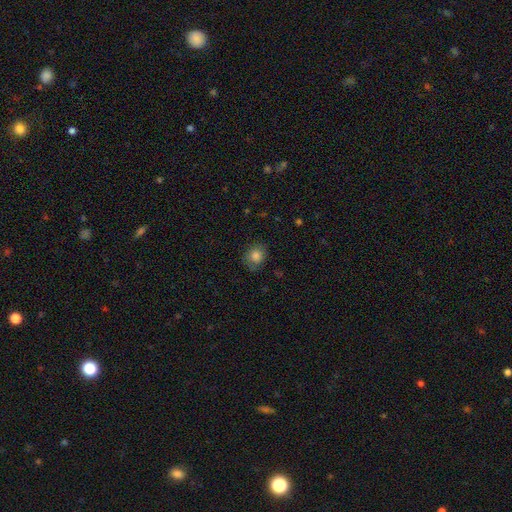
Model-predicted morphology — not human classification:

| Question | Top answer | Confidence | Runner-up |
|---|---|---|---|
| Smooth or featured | smooth | 83% | star or artifact (10%) |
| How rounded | round | 70% | in between (29%) |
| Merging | none | 76% | minor disturbance (18%) |